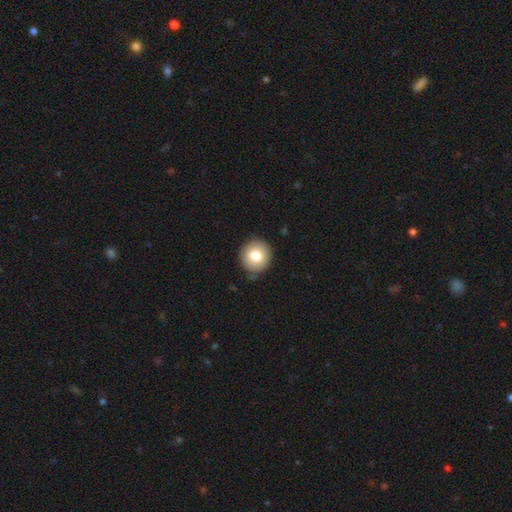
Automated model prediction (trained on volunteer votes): A smooth galaxy with no disk features (80%) that is round (89%). Merging: none (87%).